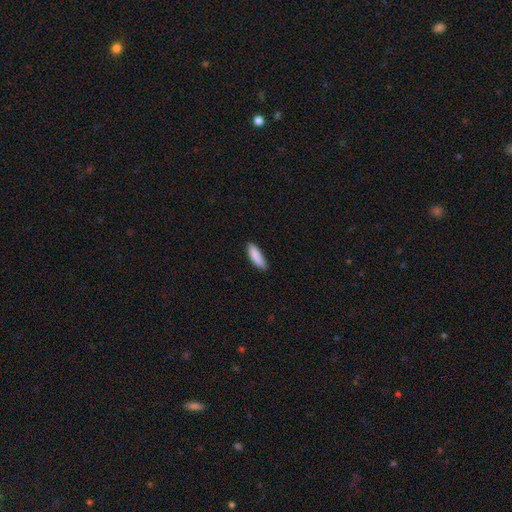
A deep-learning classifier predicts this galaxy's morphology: Smooth or featured? Predicted: smooth (p=0.89). How rounded? Predicted: in between (p=0.55). Merging? Predicted: none (p=0.82).